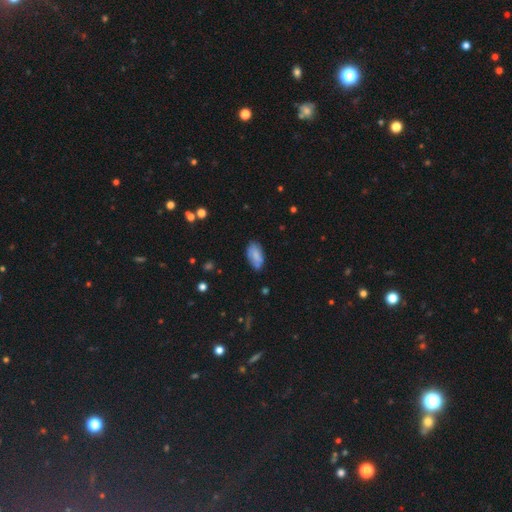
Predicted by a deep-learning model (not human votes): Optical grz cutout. It shows a smooth galaxy with no disk features (70%) that is in between round and cigar-shaped (92%). Merging: none (66%).